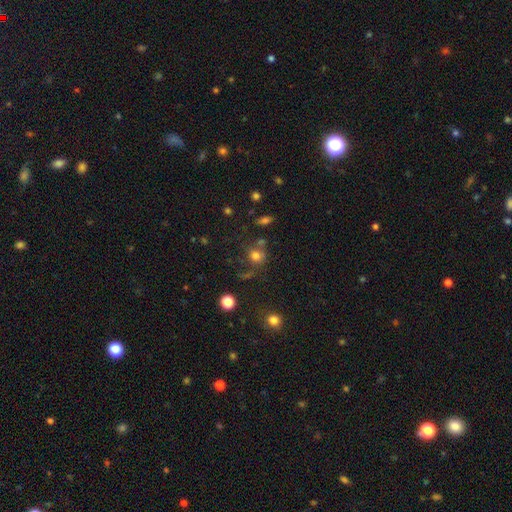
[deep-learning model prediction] The model was most divided on "merging": none: 58%, merger: 18%, minor disturbance: 15%, major disturbance: 9%. More confident: how rounded — round (80%); smooth or featured — smooth (73%).